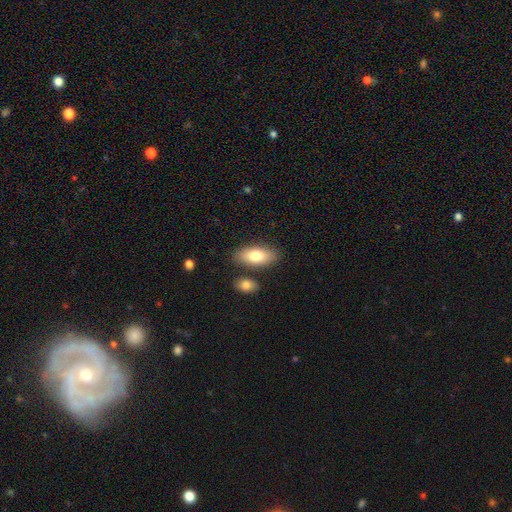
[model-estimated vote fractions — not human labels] Smooth or featured?
  - smooth: 79% *
  - featured or disk: 15%
  - star or artifact: 6%
How rounded?
  - in between: 87% *
  - cigar-shaped: 10%
  - round: 3%
Merging?
  - none: 80% *
  - minor disturbance: 10%
  - merger: 7%
  - major disturbance: 2%